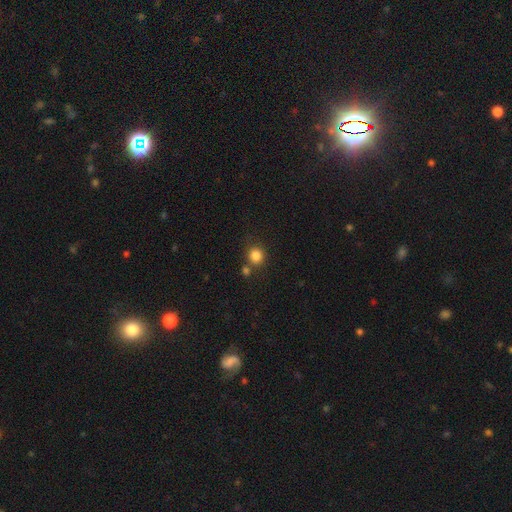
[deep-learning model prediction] Smooth or featured? Predicted: smooth (p=0.84). How rounded? Predicted: round (p=0.85). Merging? Predicted: none (p=0.71).